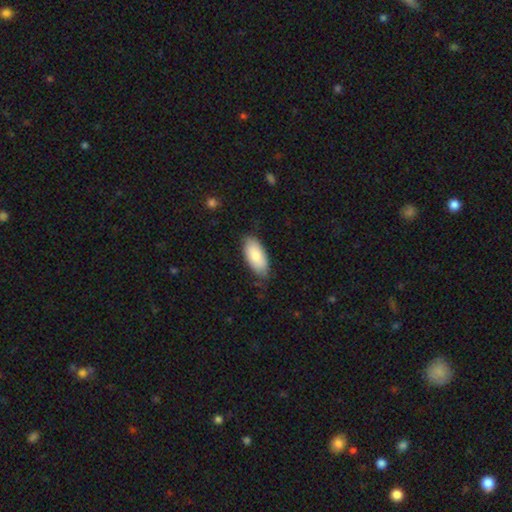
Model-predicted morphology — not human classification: Smooth or featured? smooth (83%)
How rounded? in between (91%)
Merging? none (76%)